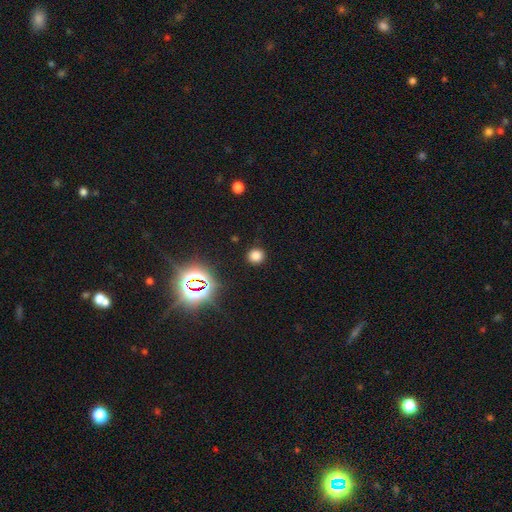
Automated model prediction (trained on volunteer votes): Smooth or featured? smooth (75%)
How rounded? round (89%)
Merging? none (89%)